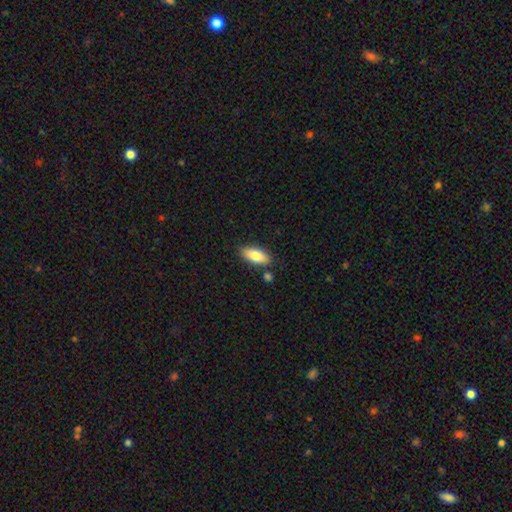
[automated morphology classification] smooth 79%, featured or disk 14%, star or artifact 6%. Down the decision tree: how rounded — in between (85%); merging — none (83%).